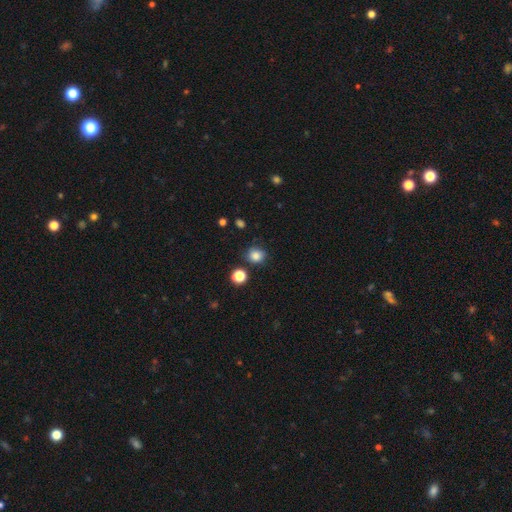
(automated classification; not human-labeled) A smooth galaxy with no disk features (82%) that is round (83%).

Vote fractions:
- Smooth or featured? smooth: 82% / star or artifact: 12% / featured or disk: 5%
- How rounded? round: 83% / in between: 16% / cigar-shaped: 1%
- Merging? none: 79% / minor disturbance: 13% / merger: 4% / major disturbance: 4%